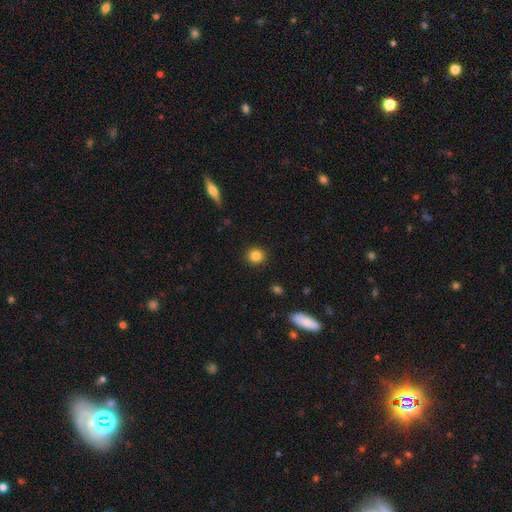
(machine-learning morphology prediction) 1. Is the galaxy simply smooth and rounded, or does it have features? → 85% smooth, 11% star or artifact, 5% featured or disk.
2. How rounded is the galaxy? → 90% round, 9% in between, 1% cigar-shaped.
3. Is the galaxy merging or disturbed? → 91% none, 6% minor disturbance, 2% major disturbance, 1% merger.